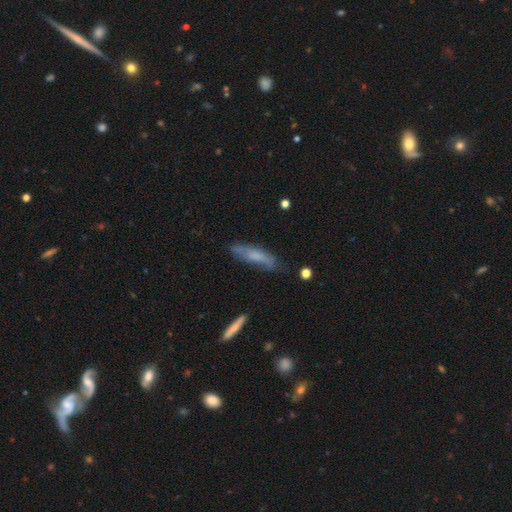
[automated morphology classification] The model was most divided on "smooth or featured": smooth: 56%, featured or disk: 37%, star or artifact: 8%. More confident: how rounded — cigar-shaped (71%); merging — none (67%).